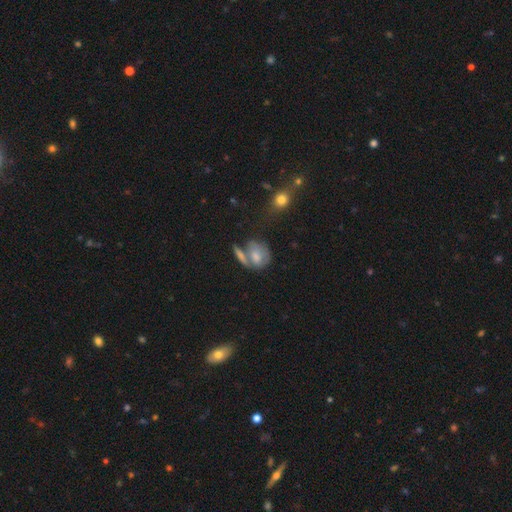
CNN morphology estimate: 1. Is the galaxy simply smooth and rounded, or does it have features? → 63% smooth, 28% featured or disk, 9% star or artifact.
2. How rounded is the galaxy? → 50% round, 46% in between, 4% cigar-shaped.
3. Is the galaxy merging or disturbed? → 38% none, 37% merger, 16% minor disturbance, 9% major disturbance.